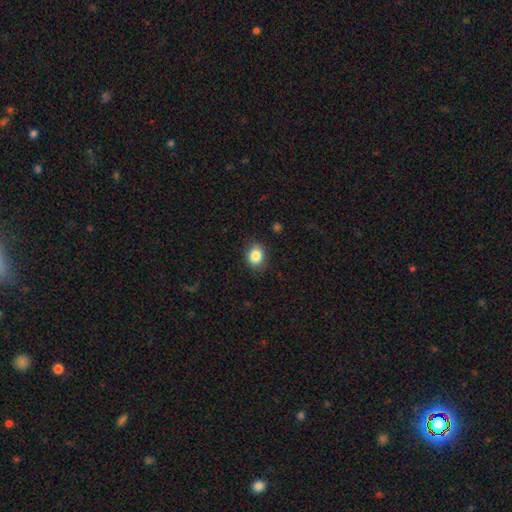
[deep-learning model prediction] A smooth galaxy with no disk features (86%) that is round (56%). Merging: none (85%).